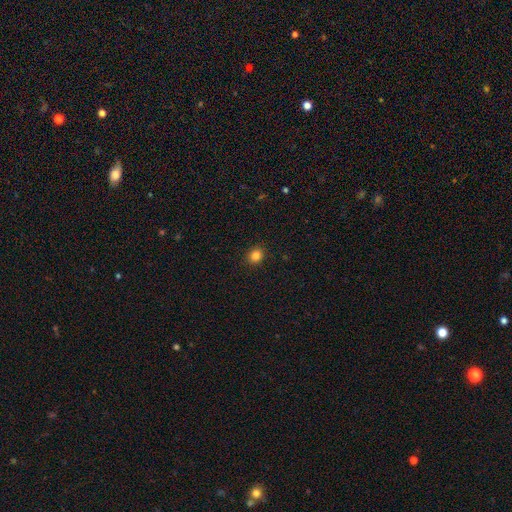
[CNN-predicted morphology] Overall: smooth (84%). How rounded: round (78%). Merging: none (91%).